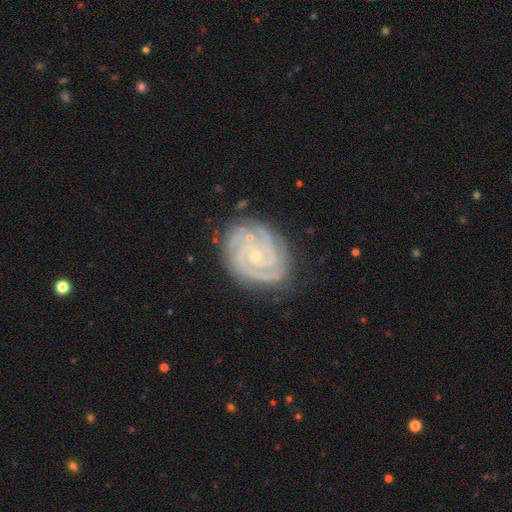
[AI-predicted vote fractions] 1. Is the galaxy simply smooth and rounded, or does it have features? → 90% featured or disk, 6% star or artifact, 4% smooth.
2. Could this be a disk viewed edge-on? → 98% no, 2% yes.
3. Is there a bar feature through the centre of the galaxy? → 73% no, 19% weak, 7% strong.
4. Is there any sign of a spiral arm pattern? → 98% yes, 2% no.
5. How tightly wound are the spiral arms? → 78% tight, 19% medium, 2% loose.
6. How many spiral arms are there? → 36% 3, 21% 4, 19% 2, 12% can't tell, 7% more than 4, 6% 1.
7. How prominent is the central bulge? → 78% small, 19% moderate, 1% none, 1% large, 1% dominant.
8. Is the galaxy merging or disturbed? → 78% none, 16% minor disturbance, 4% major disturbance, 2% merger.